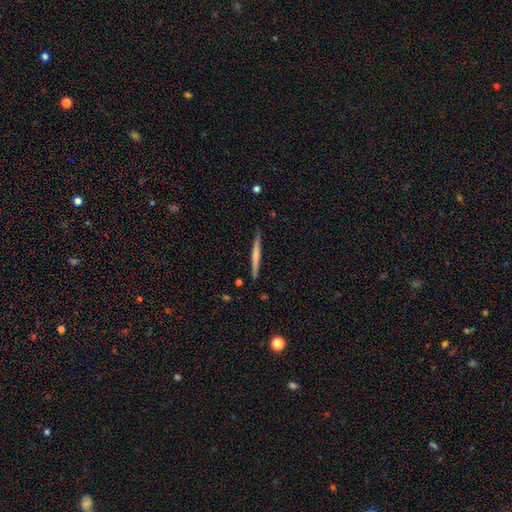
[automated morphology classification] smooth_or_featured: smooth (p=0.51) [alt: featured or disk p=0.44]
how_rounded: cigar-shaped (p=0.97) [alt: in between p=0.02]
merging: none (p=0.89) [alt: minor disturbance p=0.08]